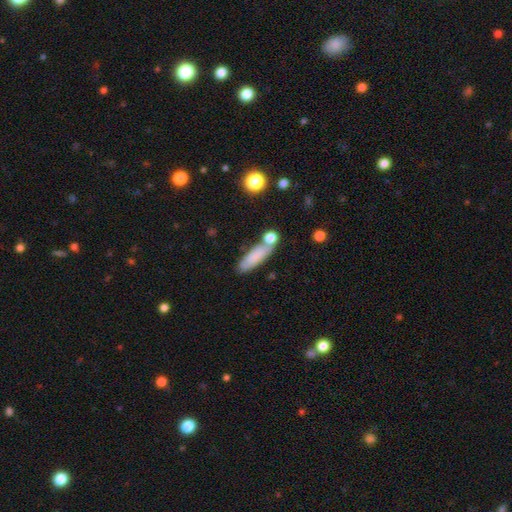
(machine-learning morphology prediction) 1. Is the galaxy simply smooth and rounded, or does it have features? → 77% smooth, 15% featured or disk, 8% star or artifact.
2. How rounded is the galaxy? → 58% cigar-shaped, 39% in between, 3% round.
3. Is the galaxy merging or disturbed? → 63% none, 18% merger, 15% minor disturbance, 5% major disturbance.